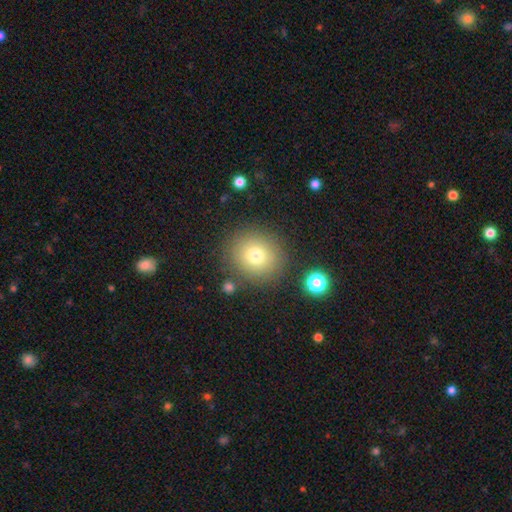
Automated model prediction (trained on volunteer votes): Smooth or featured? Predicted: smooth (p=0.76). How rounded? Predicted: round (p=0.88). Merging? Predicted: none (p=0.84).